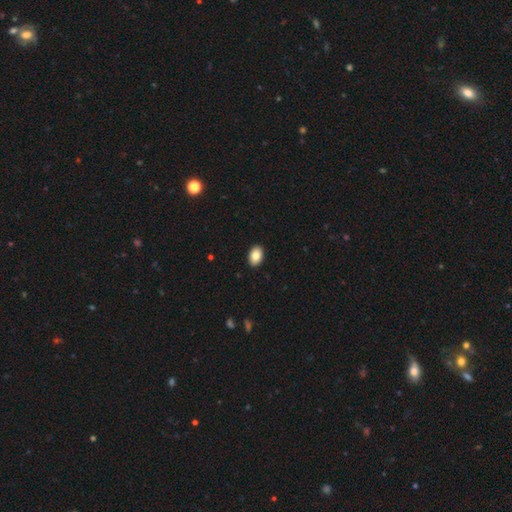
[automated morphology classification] smooth_or_featured: smooth (p=0.85) [alt: featured or disk p=0.08]
how_rounded: in between (p=0.88) [alt: round p=0.11]
merging: none (p=0.91) [alt: minor disturbance p=0.06]